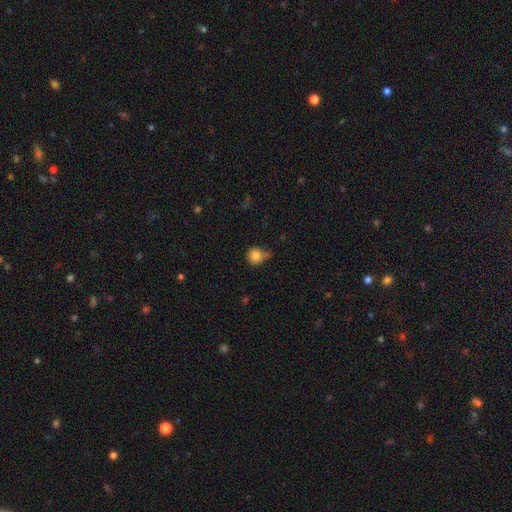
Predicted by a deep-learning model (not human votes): Smooth or featured?
  - smooth: 82% *
  - star or artifact: 11%
  - featured or disk: 8%
How rounded?
  - round: 85% *
  - in between: 14%
  - cigar-shaped: 1%
Merging?
  - none: 51% *
  - minor disturbance: 30%
  - major disturbance: 9%
  - merger: 9%